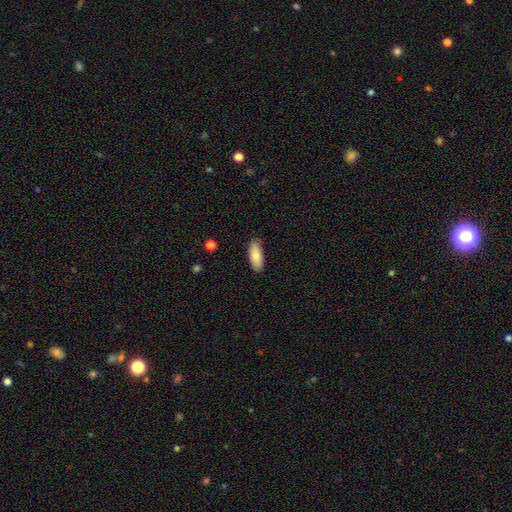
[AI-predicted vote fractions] smooth-or-featured: smooth: 83% | featured or disk: 11% | star or artifact: 6%
  how-rounded: in between: 73% | cigar-shaped: 25% | round: 2%
  merging: none: 87% | minor disturbance: 10% | major disturbance: 2% | merger: 1%